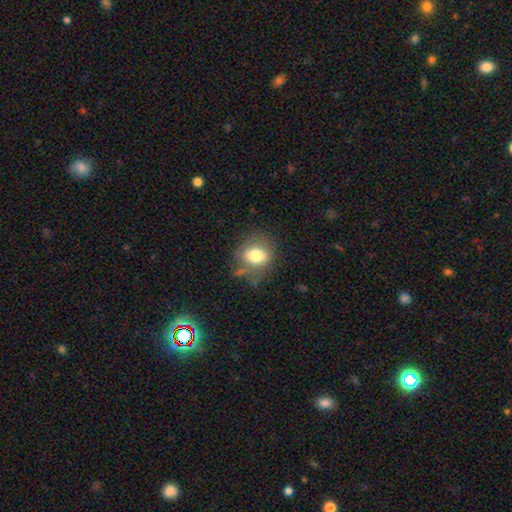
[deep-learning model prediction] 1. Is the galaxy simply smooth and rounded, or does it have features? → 73% smooth, 17% featured or disk, 10% star or artifact.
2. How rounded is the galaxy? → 50% round, 48% in between, 2% cigar-shaped.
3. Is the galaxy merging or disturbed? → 66% none, 21% minor disturbance, 9% major disturbance, 3% merger.